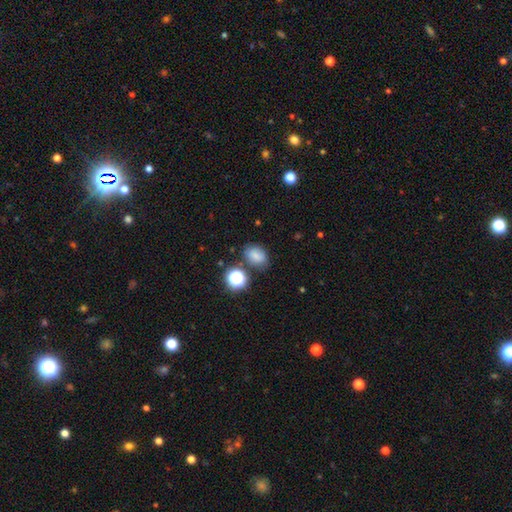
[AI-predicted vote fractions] Smooth or featured? Predicted: smooth (p=0.76). How rounded? Predicted: in between (p=0.67). Merging? Predicted: none (p=0.72).